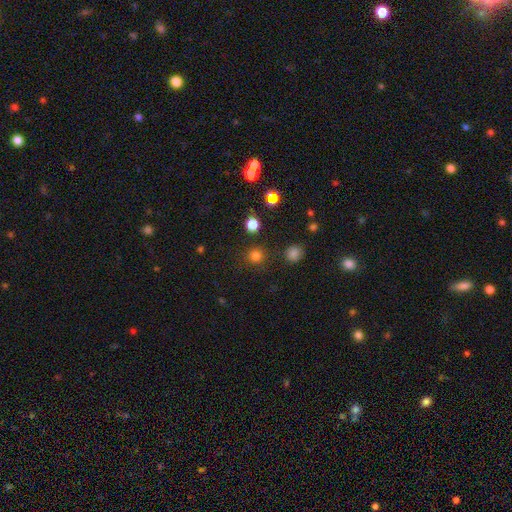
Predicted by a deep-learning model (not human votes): The model was most divided on "smooth or featured": smooth: 77%, star or artifact: 19%, featured or disk: 4%. More confident: how rounded — round (93%); merging — none (87%).